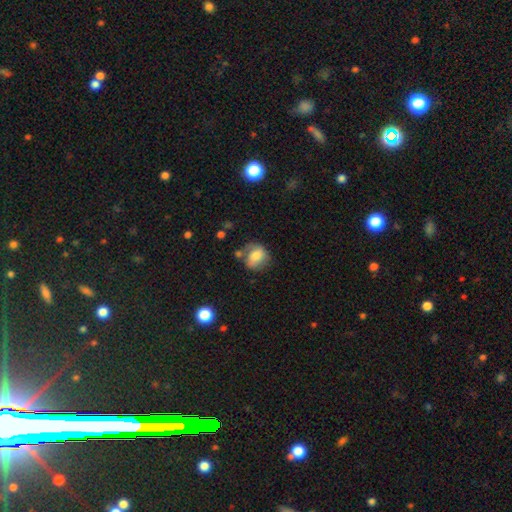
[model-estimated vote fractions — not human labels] Morphology: type=smooth (65%); roundness=round (66%); merging=none (53%).